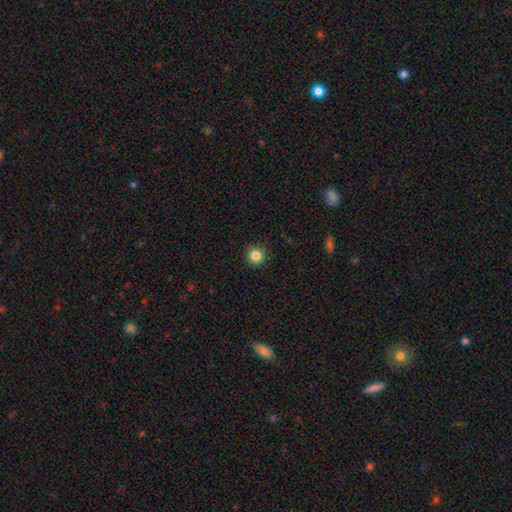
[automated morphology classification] smooth 85%, star or artifact 11%, featured or disk 4%. Down the decision tree: how rounded — round (95%); merging — none (92%).